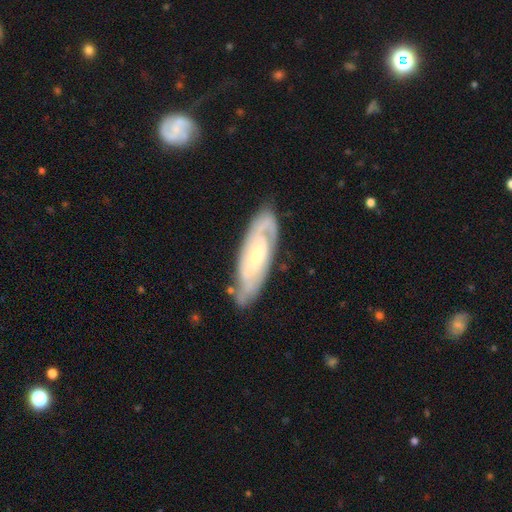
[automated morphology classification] This appears to be a featured or disk galaxy (76%) with no bar (58%), tight (64%) spiral arms (91%) and a small central bulge (60%). Merging: none (76%).